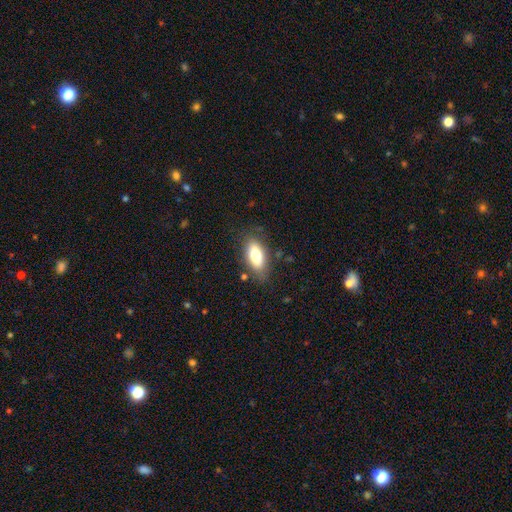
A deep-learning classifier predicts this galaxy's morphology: A smooth galaxy with no disk features (74%) that is in between round and cigar-shaped (86%). Merging: none (80%).